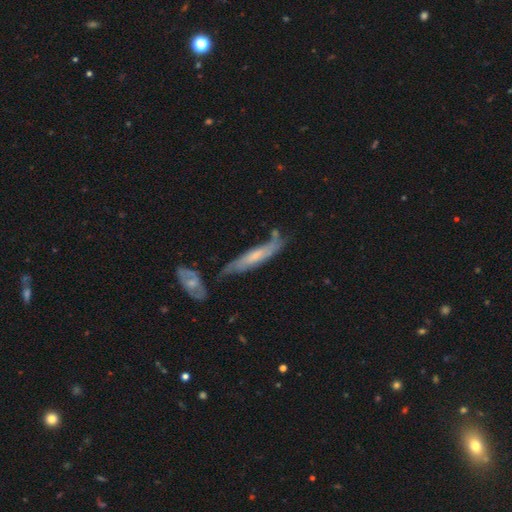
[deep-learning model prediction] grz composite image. It shows a featured or disk galaxy (53%) viewed edge-on (62%). Merging: none (59%).